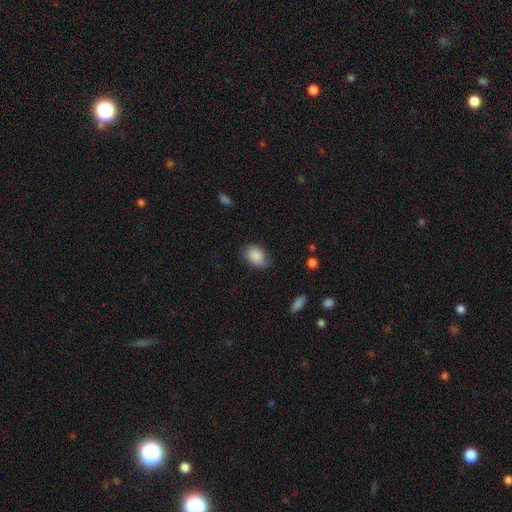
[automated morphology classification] The model was most divided on "merging": none: 69%, minor disturbance: 25%, major disturbance: 5%, merger: 1%. More confident: smooth or featured — smooth (87%); how rounded — in between (83%).